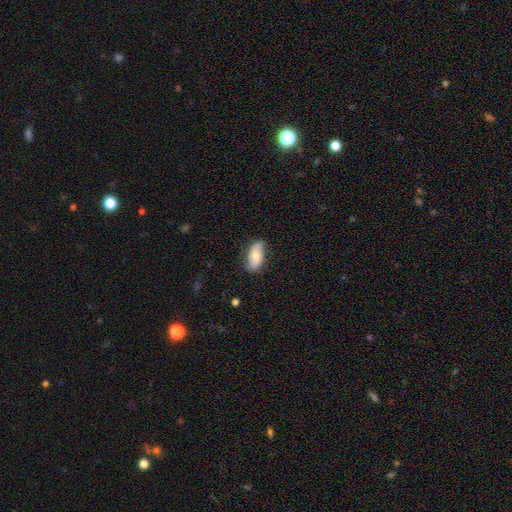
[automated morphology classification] Overall: smooth (59%; featured or disk 35%). How rounded: in between (92%). Merging: none (71%).